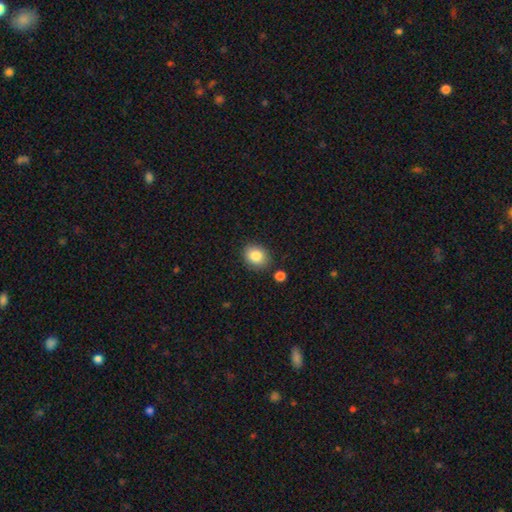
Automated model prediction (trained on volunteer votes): smooth 85%, star or artifact 9%, featured or disk 6%. Down the decision tree: how rounded — round (57%); merging — none (84%).